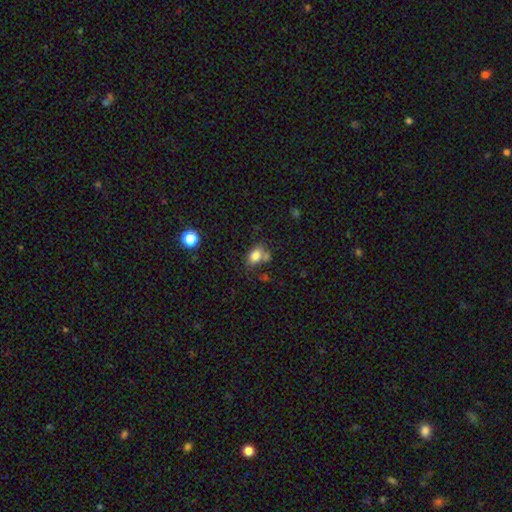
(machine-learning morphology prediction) This is likely a smooth galaxy (80%). How rounded: clearly in between (81%). Merging: possibly none (52%).